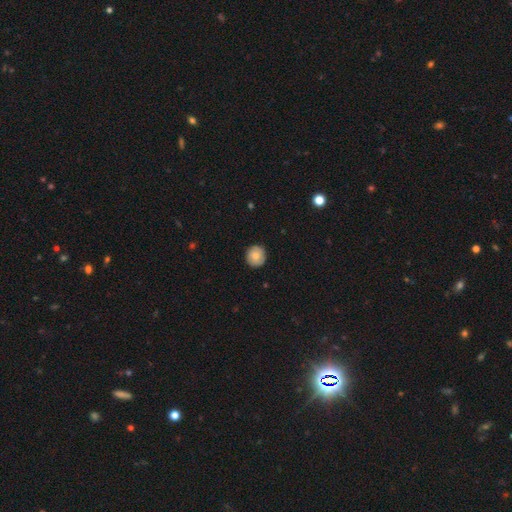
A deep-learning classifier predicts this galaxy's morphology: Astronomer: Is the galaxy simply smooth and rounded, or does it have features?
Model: smooth — 74%.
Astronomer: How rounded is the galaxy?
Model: round — 92%.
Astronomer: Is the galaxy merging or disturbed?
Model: none — 87%.